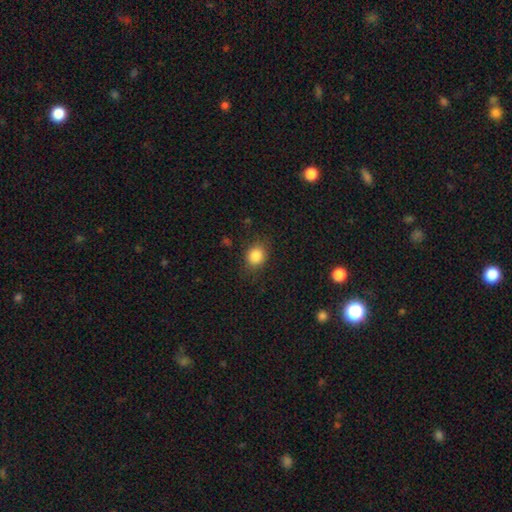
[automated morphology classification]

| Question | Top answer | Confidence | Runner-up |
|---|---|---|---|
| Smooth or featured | smooth | 85% | star or artifact (10%) |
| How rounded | round | 59% | in between (40%) |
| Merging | none | 81% | minor disturbance (13%) |